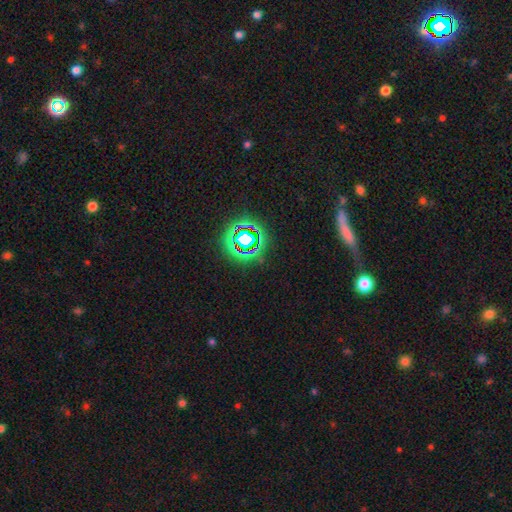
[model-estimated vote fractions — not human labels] This appears to be a star or artifact, not a galaxy (69%).